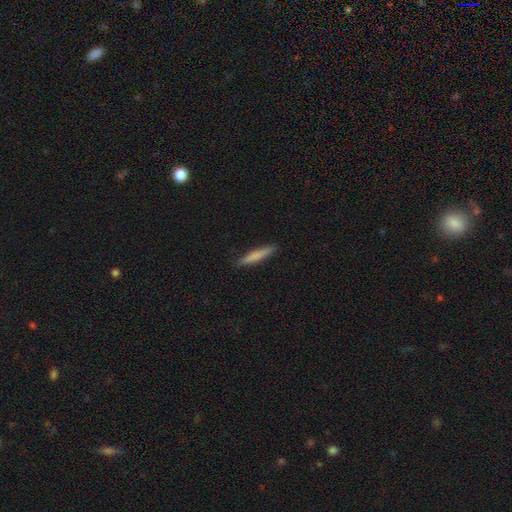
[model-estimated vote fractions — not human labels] Smooth or featured? Predicted: smooth (p=0.78). How rounded? Predicted: cigar-shaped (p=0.92). Merging? Predicted: none (p=0.90).